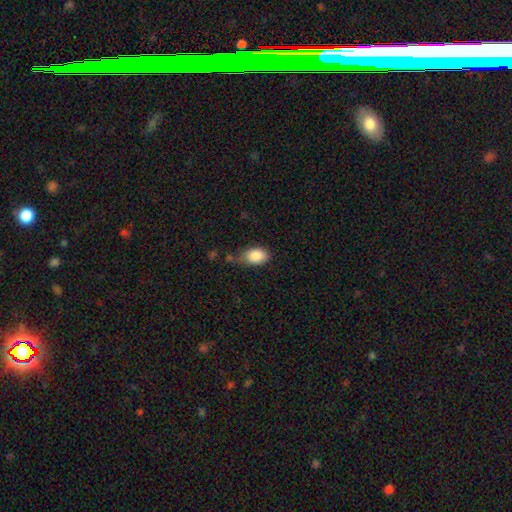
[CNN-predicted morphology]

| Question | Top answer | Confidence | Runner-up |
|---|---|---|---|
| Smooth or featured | smooth | 87% | star or artifact (7%) |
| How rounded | in between | 88% | round (11%) |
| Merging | none | 51% | minor disturbance (34%) |